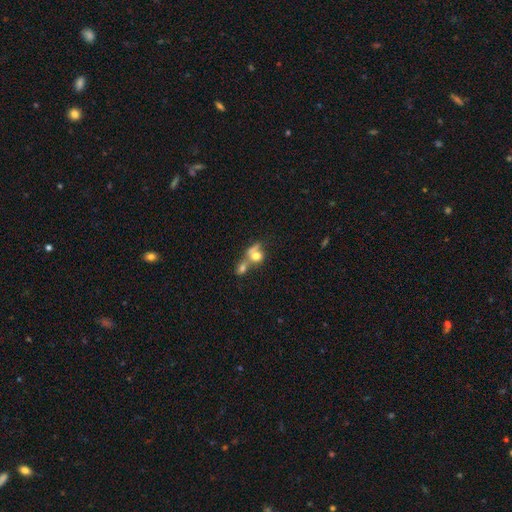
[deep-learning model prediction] Smooth or featured? smooth (64%)
How rounded? round (55%)
Merging? merger (64%)